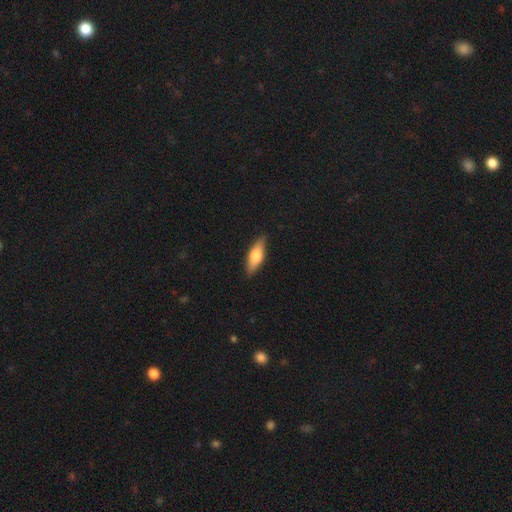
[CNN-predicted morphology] This is likely a smooth galaxy (64%). How rounded: likely in between (61%). Merging: clearly none (86%).